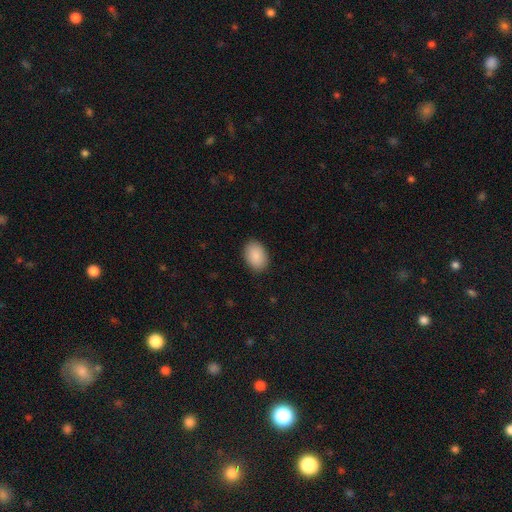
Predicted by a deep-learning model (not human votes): This is clearly a smooth galaxy (90%). How rounded: clearly in between (82%). Merging: clearly none (89%).